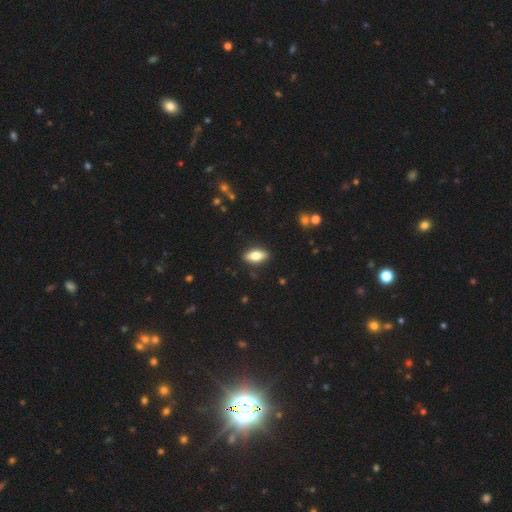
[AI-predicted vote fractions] smooth-or-featured: smooth: 70% | featured or disk: 23% | star or artifact: 7%
  how-rounded: in between: 82% | cigar-shaped: 15% | round: 3%
  merging: none: 88% | minor disturbance: 9% | major disturbance: 2% | merger: 1%